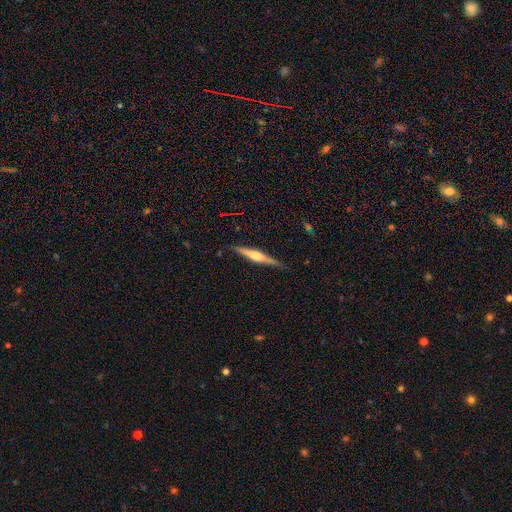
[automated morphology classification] Smooth or featured? featured or disk (73%)
Edge-on disk? yes (98%)
Edge-on bulge? rounded (77%)
Merging? none (86%)